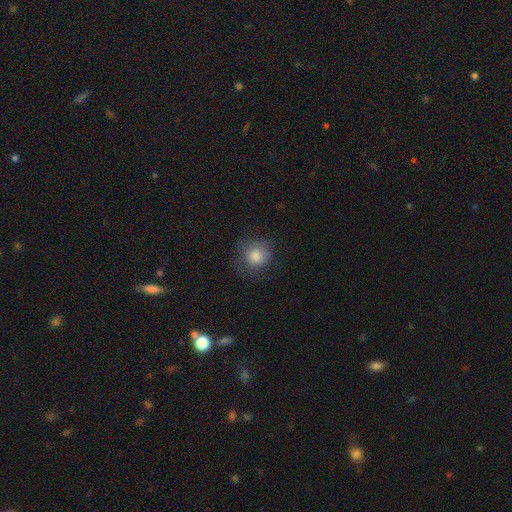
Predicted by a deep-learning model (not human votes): The model was most divided on "merging": none: 71%, minor disturbance: 19%, major disturbance: 9%, merger: 1%. More confident: how rounded — round (88%); smooth or featured — smooth (81%).